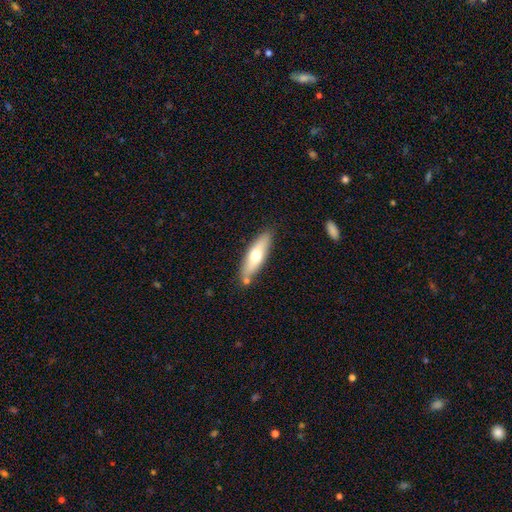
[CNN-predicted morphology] Smooth or featured? Predicted: smooth (p=0.60). How rounded? Predicted: cigar-shaped (p=0.57). Merging? Predicted: none (p=0.78).